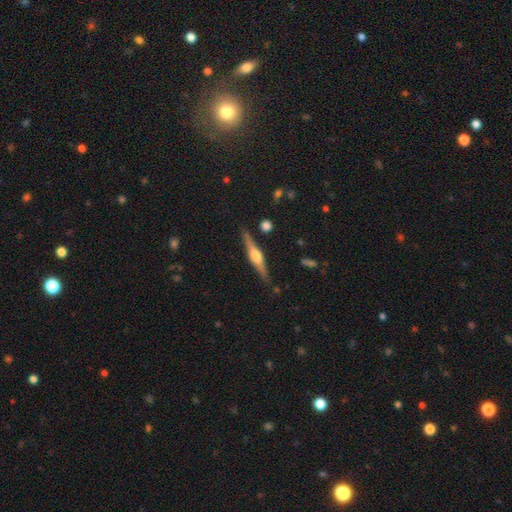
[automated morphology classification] Overall: featured or disk (75%). Edge-on disk: yes (98%). Edge-on bulge: rounded (88%). Merging: none (86%).